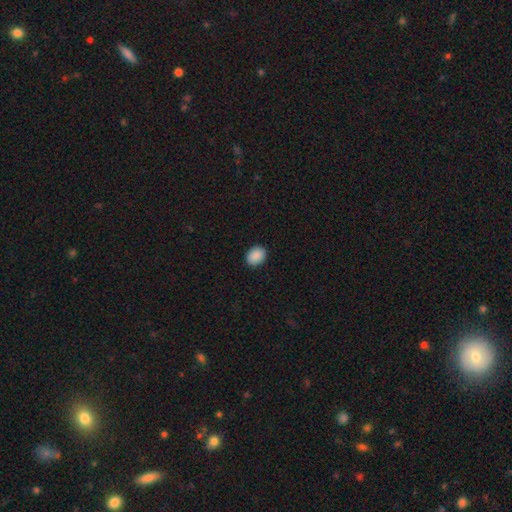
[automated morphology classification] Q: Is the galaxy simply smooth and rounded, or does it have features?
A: smooth — 90%.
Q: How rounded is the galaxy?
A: in between — 64%.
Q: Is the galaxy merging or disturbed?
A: none — 90%.